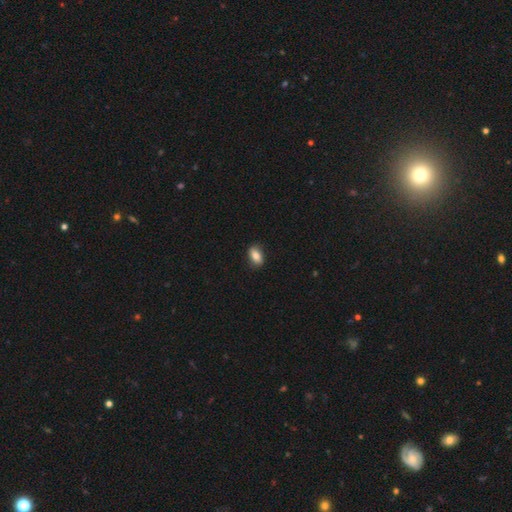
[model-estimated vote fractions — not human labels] Overall: smooth (83%). How rounded: in between (88%). Merging: none (85%).